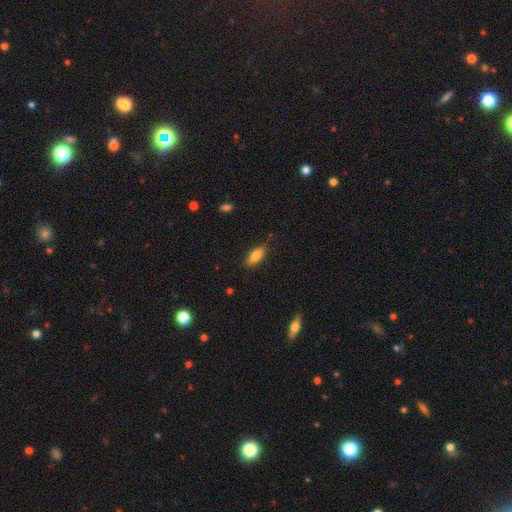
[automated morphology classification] This appears to be a smooth galaxy with no disk features (74%) that is in between round and cigar-shaped (72%). Merging: none (80%).